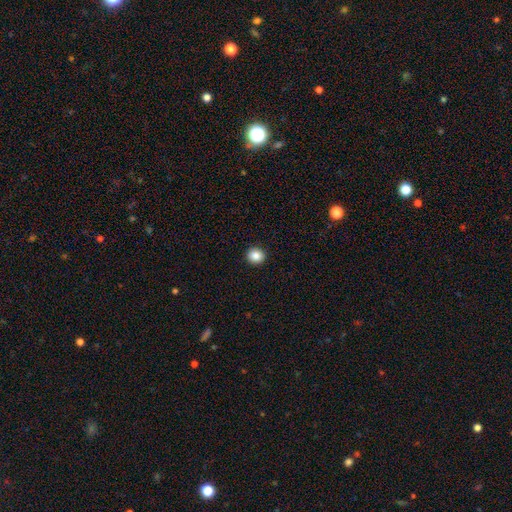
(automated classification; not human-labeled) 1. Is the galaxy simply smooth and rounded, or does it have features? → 86% smooth, 10% star or artifact, 4% featured or disk.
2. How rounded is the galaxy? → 92% round, 7% in between, 1% cigar-shaped.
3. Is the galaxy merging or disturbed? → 93% none, 4% minor disturbance, 1% major disturbance, 1% merger.